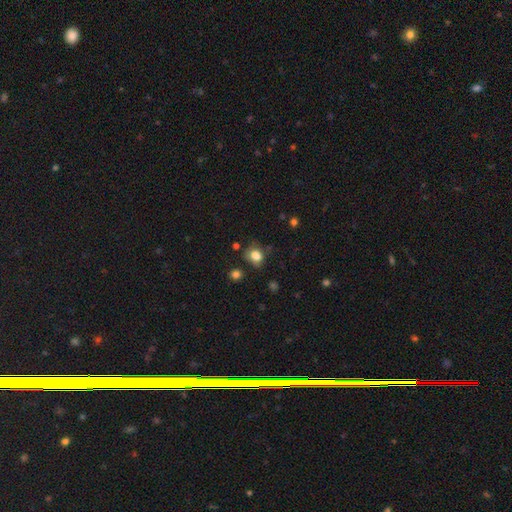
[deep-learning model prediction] smooth-or-featured: smooth: 78% | star or artifact: 13% | featured or disk: 9%
  how-rounded: round: 55% | in between: 44% | cigar-shaped: 1%
  merging: none: 58% | minor disturbance: 25% | major disturbance: 11% | merger: 6%